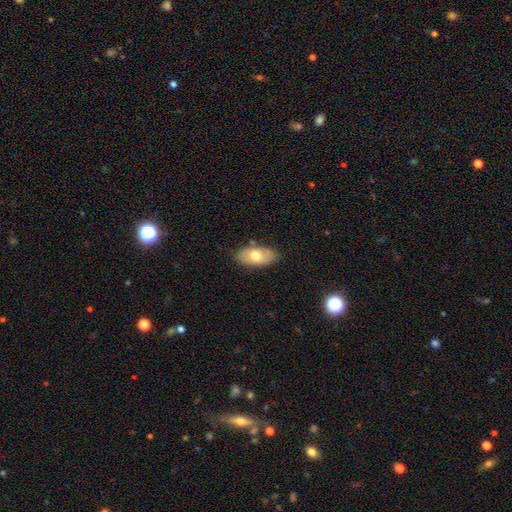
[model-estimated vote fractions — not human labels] Q: Smooth or featured?
A: smooth (67%); runner-up: featured or disk (27%)
Q: How rounded?
A: in between (92%); runner-up: round (4%)
Q: Merging?
A: none (82%); runner-up: minor disturbance (13%)